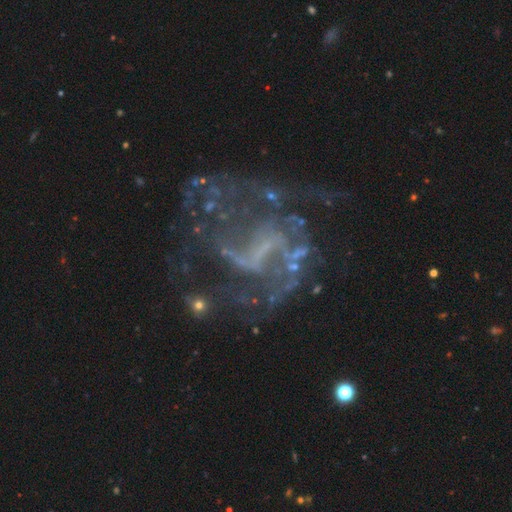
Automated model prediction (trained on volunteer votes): smooth-or-featured: featured or disk: 81% | star or artifact: 12% | smooth: 6%
  disk-edge-on: no: 98% | yes: 2%
    bar: weak: 42% | strong: 31% | no: 27%
    has-spiral-arms: yes: 84% | no: 16%
      spiral-winding: loose: 47% | medium: 38% | tight: 14%
      spiral-arm-count: 2: 52% | can't tell: 20% | 3: 10% | 1: 7% | 4: 6% | more than 4: 5%
    bulge-size: none: 51% | small: 39% | moderate: 8% | large: 1% | dominant: 1%
  merging: none: 47% | major disturbance: 31% | minor disturbance: 17% | merger: 6%